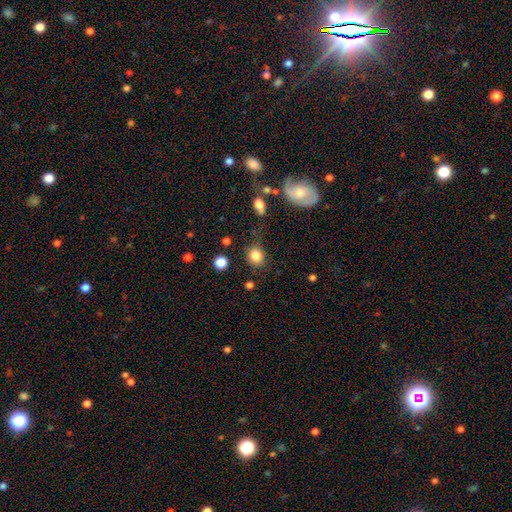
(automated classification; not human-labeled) A smooth galaxy with no disk features (84%) that is round (77%).

Vote fractions:
- Smooth or featured? smooth: 84% / star or artifact: 10% / featured or disk: 7%
- How rounded? round: 77% / in between: 21% / cigar-shaped: 1%
- Merging? none: 74% / minor disturbance: 15% / major disturbance: 6% / merger: 5%